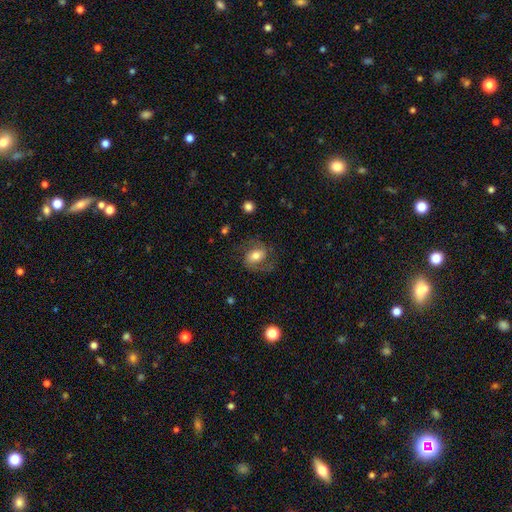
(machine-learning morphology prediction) type=featured or disk (56%); edge-on=no (96%); bar=weak (40%); spiral arms=yes (87%); bulge=moderate (61%); merging=none (67%).